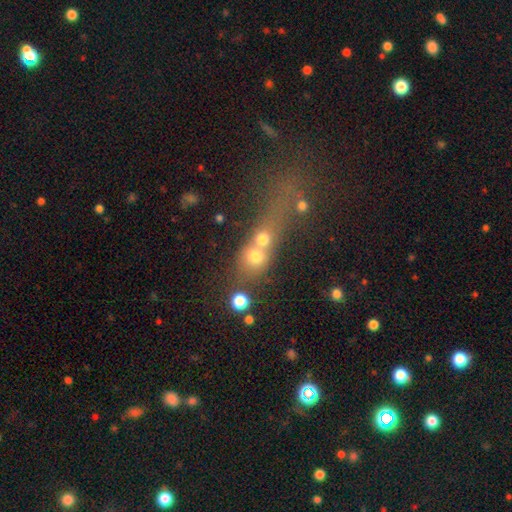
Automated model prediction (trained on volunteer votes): smooth 57%, featured or disk 24%, star or artifact 19%. Down the decision tree: how rounded — round (58%); merging — merger (66%).